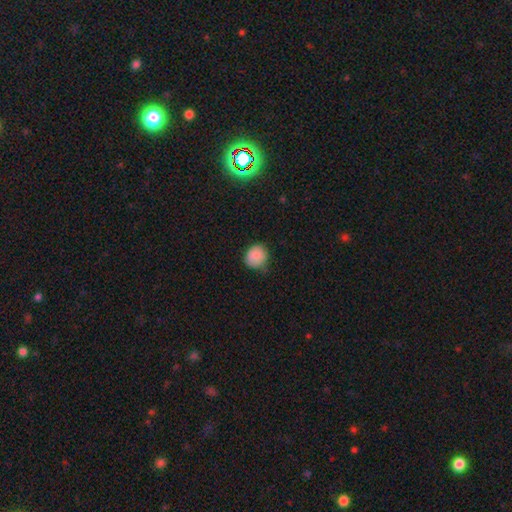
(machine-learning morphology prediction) This is clearly a smooth galaxy (84%). How rounded: likely round (80%). Merging: likely none (66%).